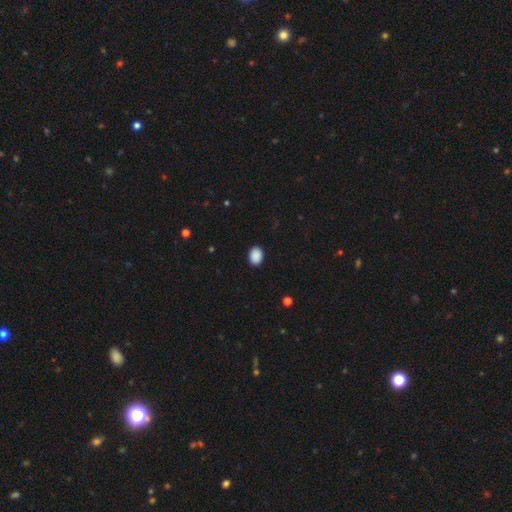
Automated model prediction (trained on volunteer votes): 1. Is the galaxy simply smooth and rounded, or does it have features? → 90% smooth, 8% star or artifact, 2% featured or disk.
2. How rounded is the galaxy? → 66% in between, 33% round, 1% cigar-shaped.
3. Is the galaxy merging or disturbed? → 90% none, 7% minor disturbance, 2% major disturbance, 1% merger.